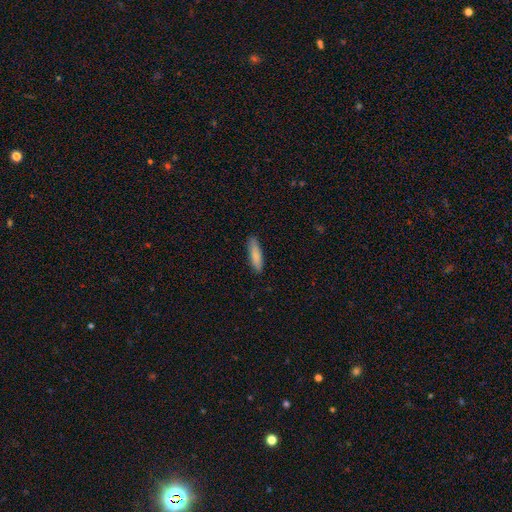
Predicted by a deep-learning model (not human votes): Morphology: type=smooth (85%); roundness=cigar-shaped (73%); merging=none (87%).